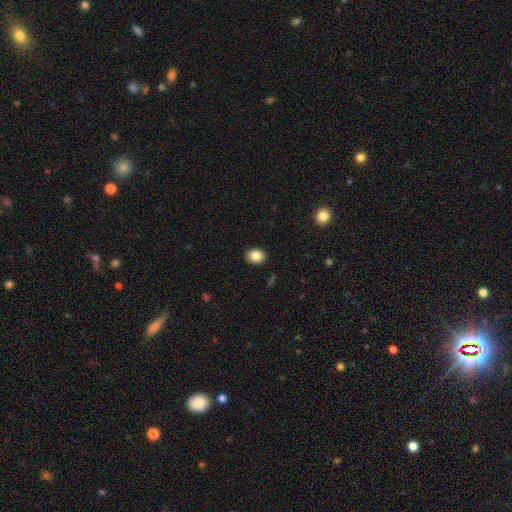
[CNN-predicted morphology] Smooth or featured? smooth (85%)
How rounded? in between (54%)
Merging? none (90%)